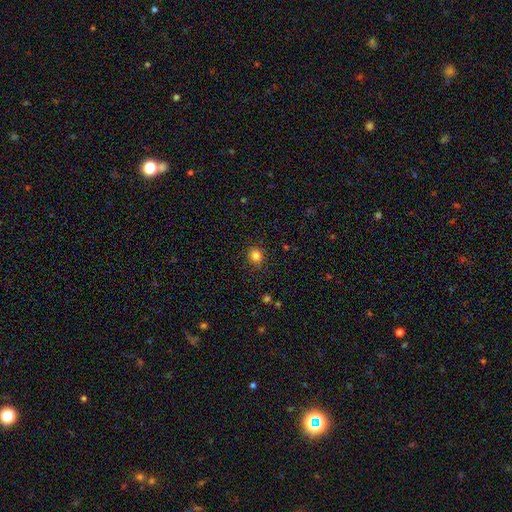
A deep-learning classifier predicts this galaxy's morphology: smooth-or-featured: smooth: 83% | star or artifact: 13% | featured or disk: 5%
  how-rounded: round: 87% | in between: 12% | cigar-shaped: 1%
  merging: none: 89% | minor disturbance: 8% | major disturbance: 2% | merger: 1%